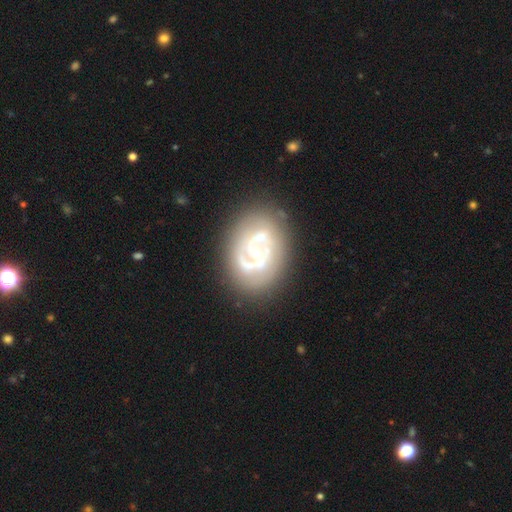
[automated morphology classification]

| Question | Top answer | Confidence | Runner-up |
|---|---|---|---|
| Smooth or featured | featured or disk | 74% | smooth (17%) |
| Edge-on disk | no | 96% | yes (4%) |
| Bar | no | 68% | weak (22%) |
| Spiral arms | yes | 59% | no (41%) |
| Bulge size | small | 50% | moderate (39%) |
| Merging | none | 69% | minor disturbance (16%) |